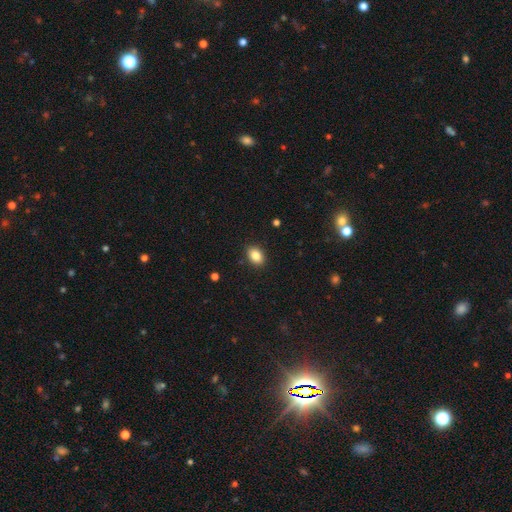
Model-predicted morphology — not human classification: smooth_or_featured: smooth (p=0.85) [alt: star or artifact p=0.09]
how_rounded: in between (p=0.79) [alt: round p=0.20]
merging: none (p=0.89) [alt: minor disturbance p=0.08]